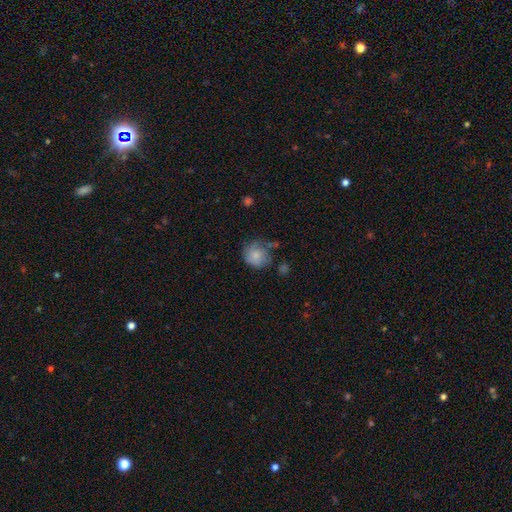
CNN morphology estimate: The model was most divided on "merging": none: 50%, minor disturbance: 29%, major disturbance: 15%, merger: 6%. More confident: how rounded — round (81%); smooth or featured — smooth (74%).